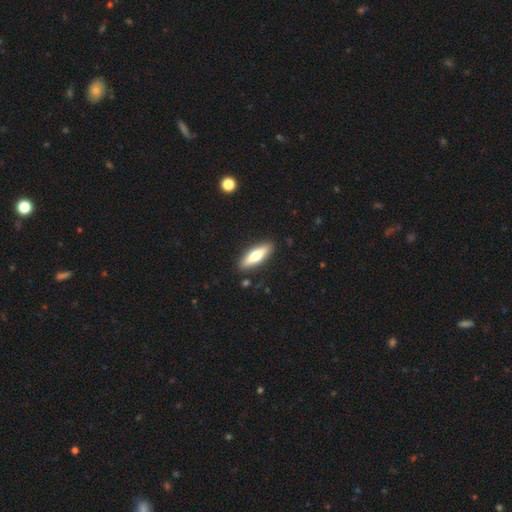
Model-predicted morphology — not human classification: Smooth or featured? Predicted: smooth (p=0.64). How rounded? Predicted: cigar-shaped (p=0.54). Merging? Predicted: none (p=0.88).